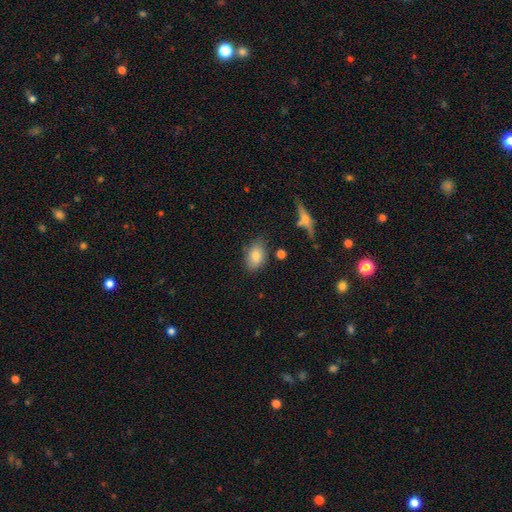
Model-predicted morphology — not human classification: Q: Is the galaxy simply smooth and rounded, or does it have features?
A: smooth — 80%.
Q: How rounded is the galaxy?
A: in between — 82%.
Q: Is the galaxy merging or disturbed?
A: none — 77%.